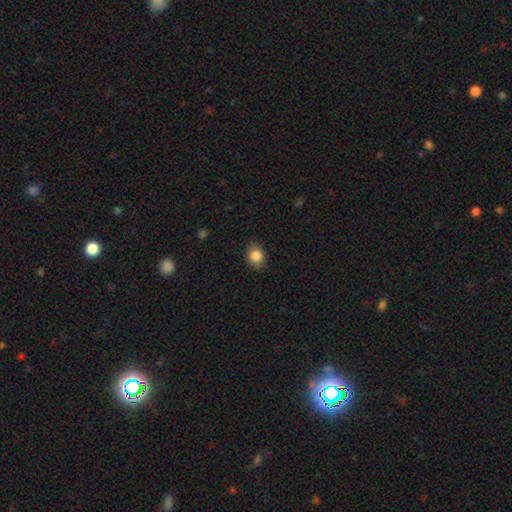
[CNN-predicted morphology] The model was most divided on "how rounded": round: 50%, in between: 49%, cigar-shaped: 1%. More confident: smooth or featured — smooth (85%); merging — none (84%).